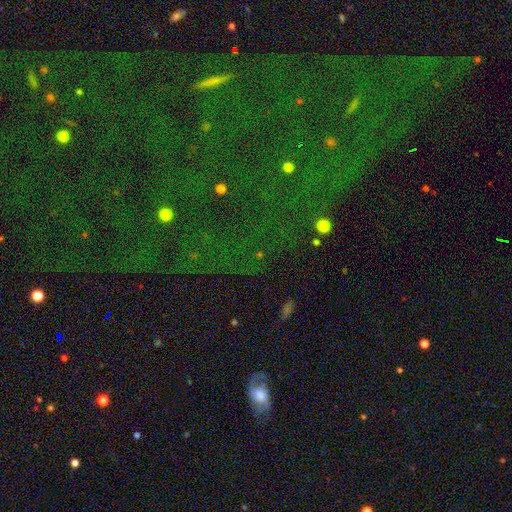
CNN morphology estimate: smooth_or_featured: star or artifact (p=0.76) [alt: smooth p=0.14]